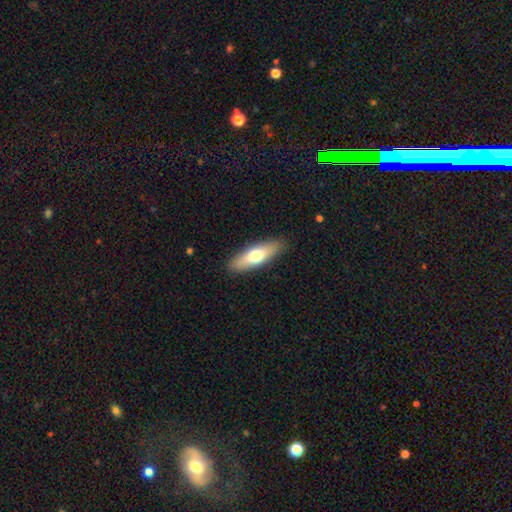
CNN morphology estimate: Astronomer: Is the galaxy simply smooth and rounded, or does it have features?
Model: smooth — 64%.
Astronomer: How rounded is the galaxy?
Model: cigar-shaped — 52% (runner-up: in between, 46%).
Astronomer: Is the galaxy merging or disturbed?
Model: none — 89%.